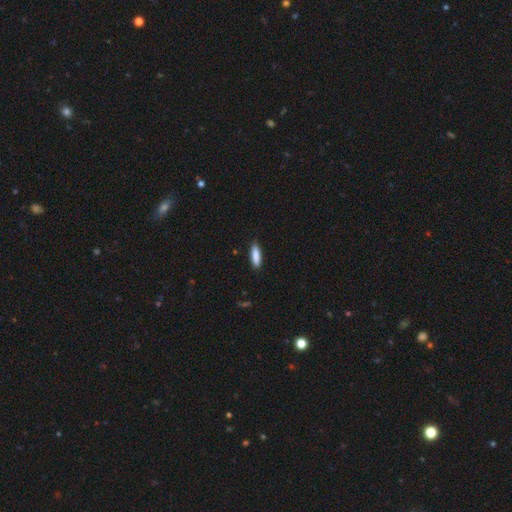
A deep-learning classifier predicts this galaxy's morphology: Smooth or featured: smooth — 86% (featured or disk — 7%)
How rounded: cigar-shaped — 63% (in between — 36%)
Merging: none — 86% (minor disturbance — 10%)